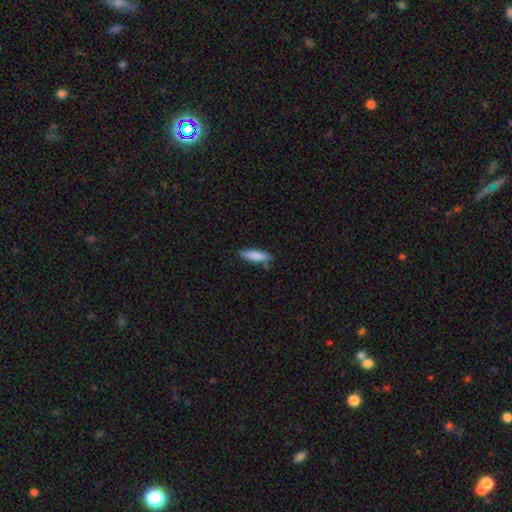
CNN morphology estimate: This appears to be a smooth galaxy with no disk features (85%) that is cigar-shaped (56%). Merging: none (73%).